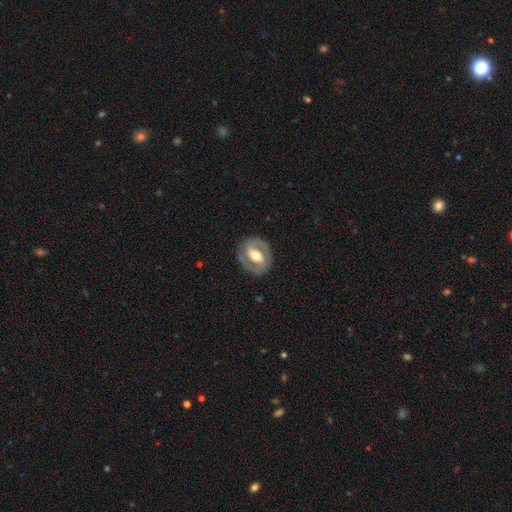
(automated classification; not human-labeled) The model was most divided on "bar": strong: 41%, weak: 36%, no: 23%. Remaining: edge-on disk — no (96%); spiral arm count — 2 (84%); merging — none (83%); smooth or featured — featured or disk (76%); spiral arms — yes (73%); bulge size — moderate (70%); spiral winding — tight (47%).